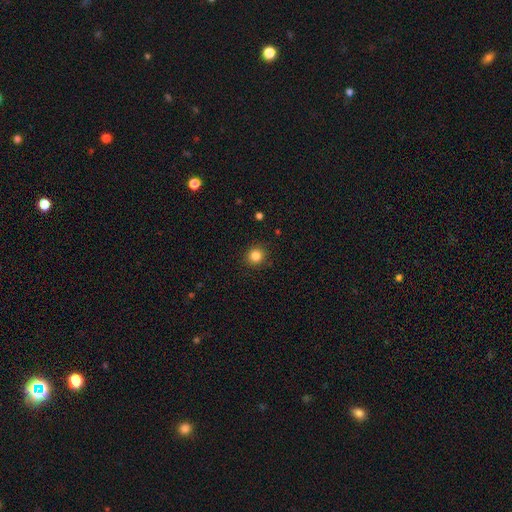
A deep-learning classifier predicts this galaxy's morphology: Smooth or featured? Predicted: smooth (p=0.84). How rounded? Predicted: round (p=0.91). Merging? Predicted: none (p=0.91).